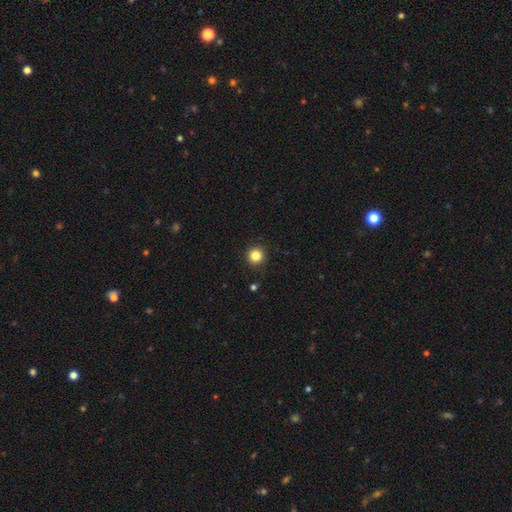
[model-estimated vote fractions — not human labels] Smooth or featured? Predicted: smooth (p=0.84). How rounded? Predicted: round (p=0.95). Merging? Predicted: none (p=0.92).